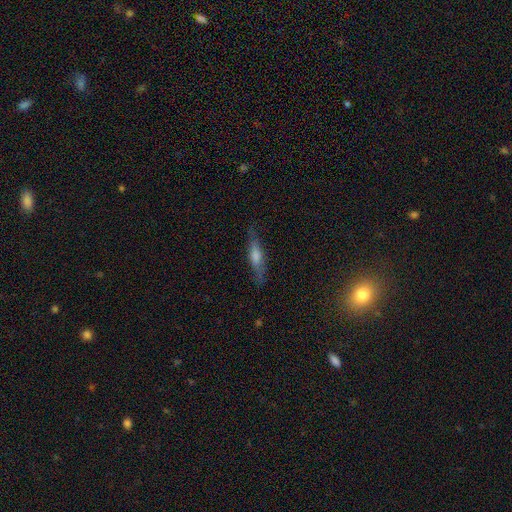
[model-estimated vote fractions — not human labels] Morphology: type=featured or disk (52%); edge-on=yes (87%); merging=none (82%).